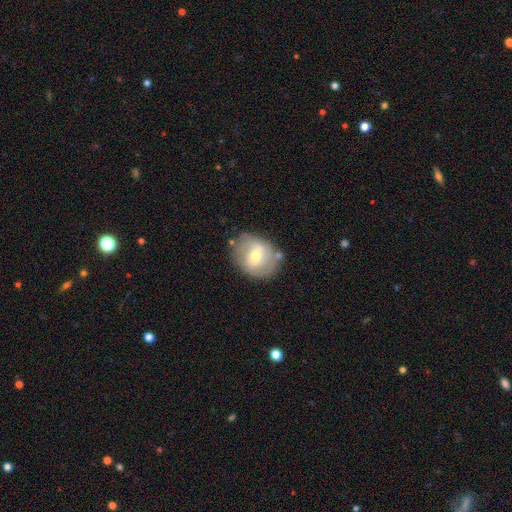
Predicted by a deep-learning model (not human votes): Smooth or featured? Predicted: featured or disk (p=0.62). Edge-on disk? Predicted: no (p=0.96). Bar? Predicted: weak (p=0.53). Spiral arms? Predicted: yes (p=0.68). Bulge size? Predicted: moderate (p=0.63). Merging? Predicted: none (p=0.69).